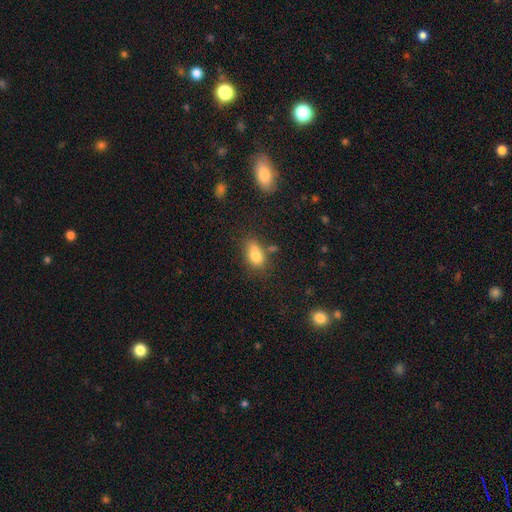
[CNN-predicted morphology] type=smooth (75%); roundness=in between (68%); merging=none (43%).